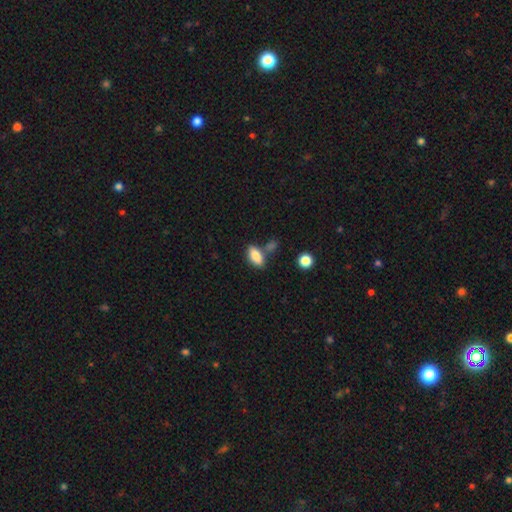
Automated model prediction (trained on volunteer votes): smooth 82%, featured or disk 10%, star or artifact 8%. Down the decision tree: how rounded — in between (86%); merging — none (67%).